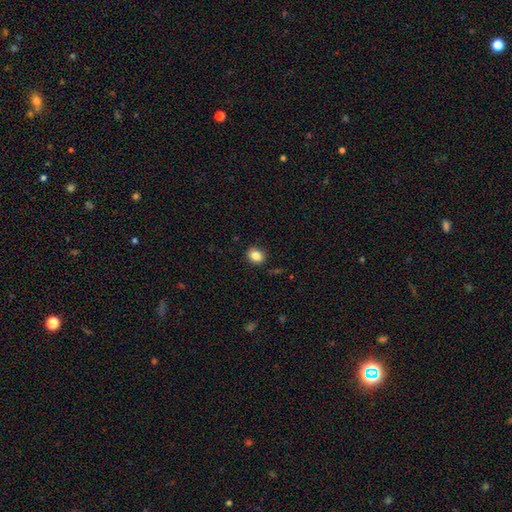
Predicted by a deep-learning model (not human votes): The model was most divided on "how rounded": round: 56%, in between: 43%, cigar-shaped: 1%. More confident: merging — none (87%); smooth or featured — smooth (85%).